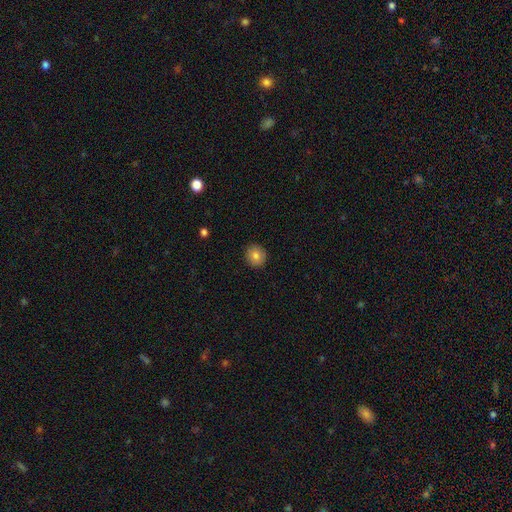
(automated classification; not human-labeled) Smooth or featured?
  - smooth: 81% *
  - featured or disk: 10%
  - star or artifact: 9%
How rounded?
  - round: 89% *
  - in between: 10%
  - cigar-shaped: 1%
Merging?
  - none: 91% *
  - minor disturbance: 6%
  - major disturbance: 2%
  - merger: 1%